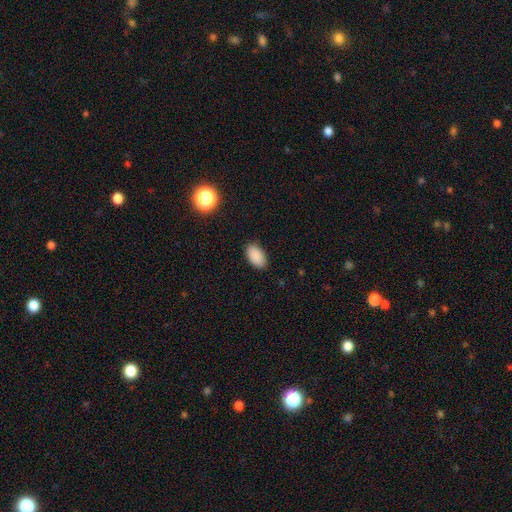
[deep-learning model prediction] smooth 89%, star or artifact 8%, featured or disk 3%. Down the decision tree: how rounded — in between (94%); merging — none (88%).